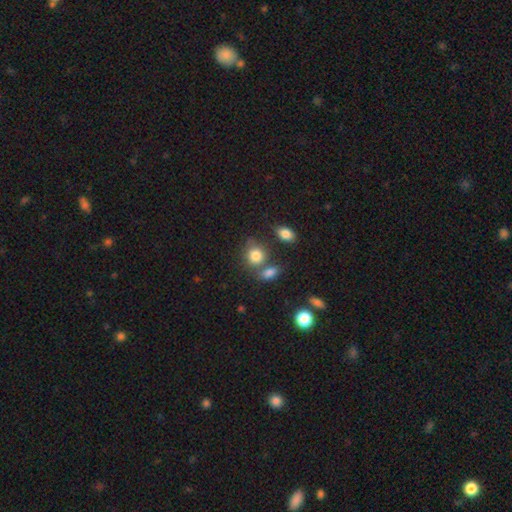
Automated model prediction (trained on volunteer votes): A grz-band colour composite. It shows a smooth galaxy with no disk features (81%) that is round (68%). Merging: none (54%).